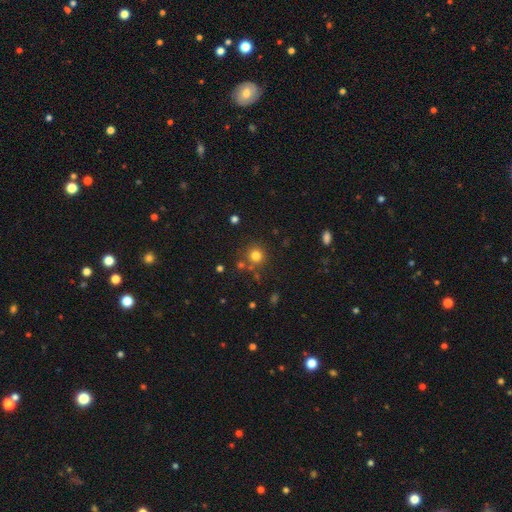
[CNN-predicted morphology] Smooth or featured?
  - smooth: 78% *
  - star or artifact: 15%
  - featured or disk: 7%
How rounded?
  - round: 92% *
  - in between: 7%
  - cigar-shaped: 1%
Merging?
  - none: 77% *
  - merger: 10%
  - minor disturbance: 9%
  - major disturbance: 4%